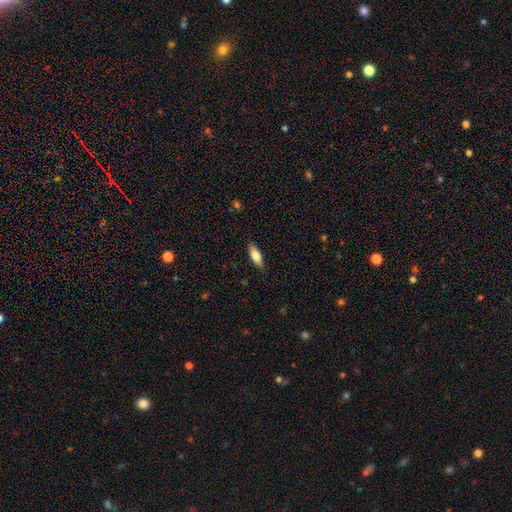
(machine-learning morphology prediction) A smooth galaxy with no disk features (73%) that is in between round and cigar-shaped (60%). Merging: none (87%).